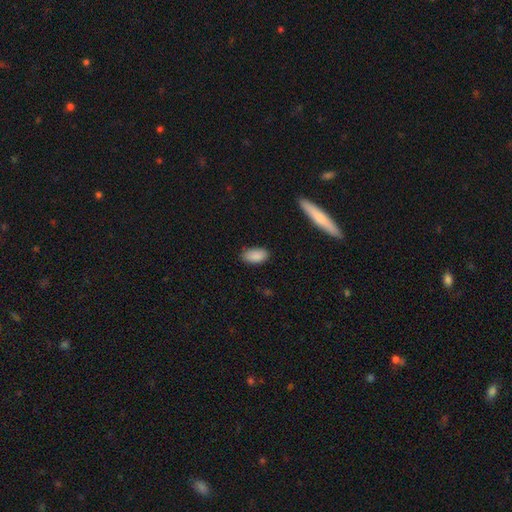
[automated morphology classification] type=smooth (89%); roundness=in between (93%); merging=none (83%).